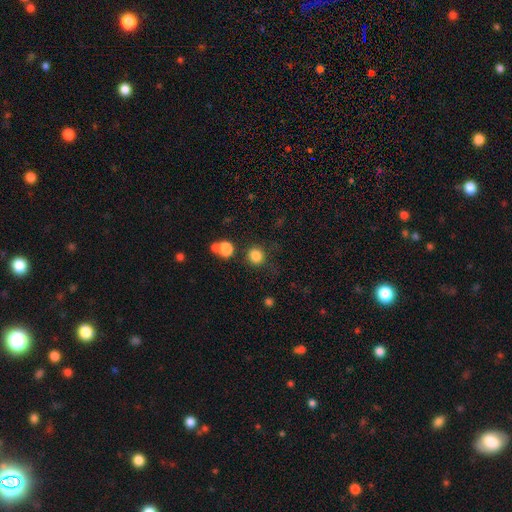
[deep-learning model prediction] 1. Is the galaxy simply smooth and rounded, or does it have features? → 83% smooth, 12% star or artifact, 5% featured or disk.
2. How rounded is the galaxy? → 88% round, 11% in between, 1% cigar-shaped.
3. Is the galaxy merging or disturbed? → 78% none, 9% minor disturbance, 8% merger, 4% major disturbance.